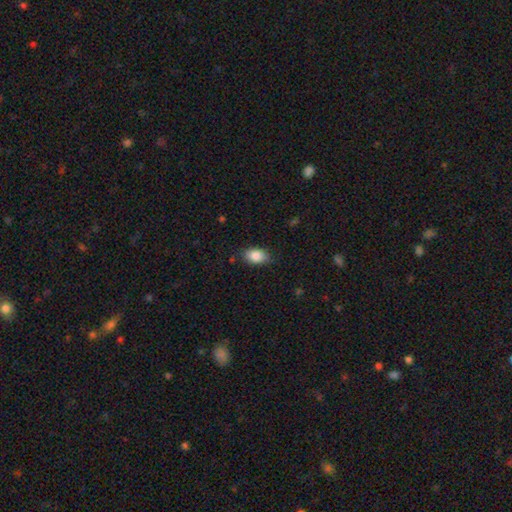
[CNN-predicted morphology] Smooth or featured: smooth — 87% (star or artifact — 8%)
How rounded: in between — 83% (round — 15%)
Merging: none — 80% (minor disturbance — 16%)